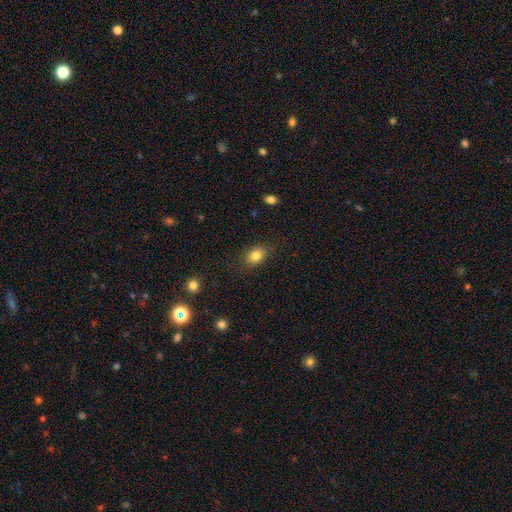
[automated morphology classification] A smooth galaxy with no disk features (83%) that is in between round and cigar-shaped (69%). Merging: none (84%).